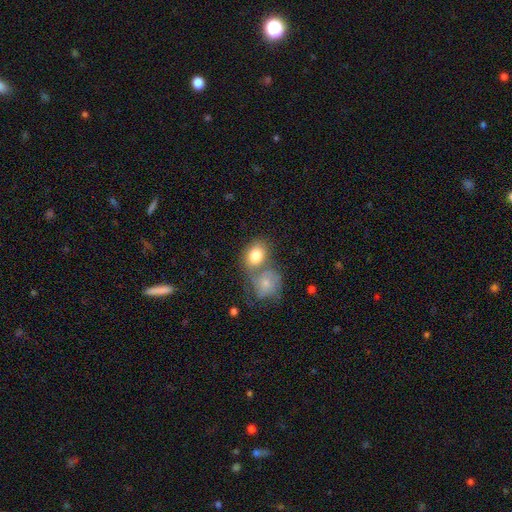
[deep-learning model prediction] This appears to be a smooth galaxy with no disk features (79%) that is in between round and cigar-shaped (63%). Merging: merger (51%).